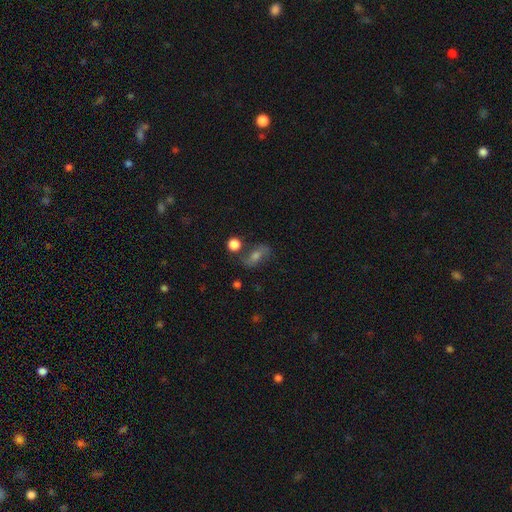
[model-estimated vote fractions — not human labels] Smooth or featured? Predicted: featured or disk (p=0.47). Merging? Predicted: none (p=0.67).